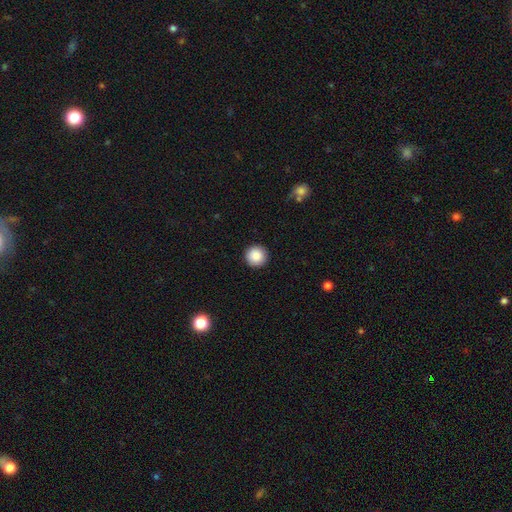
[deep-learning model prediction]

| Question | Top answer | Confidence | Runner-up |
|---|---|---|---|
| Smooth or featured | smooth | 87% | star or artifact (8%) |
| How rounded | round | 96% | in between (3%) |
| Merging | none | 93% | minor disturbance (5%) |